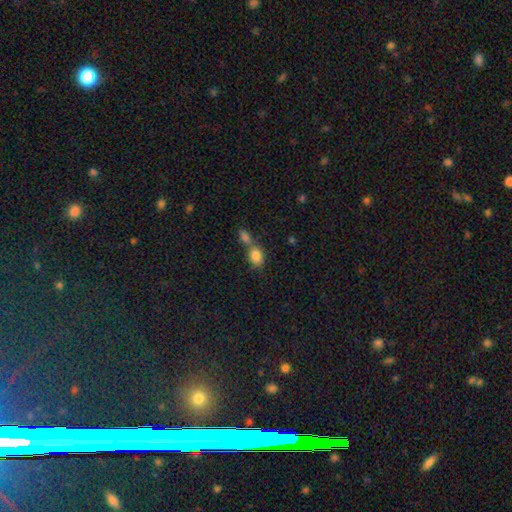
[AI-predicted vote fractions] Smooth or featured? Predicted: smooth (p=0.84). How rounded? Predicted: in between (p=0.74). Merging? Predicted: merger (p=0.47).